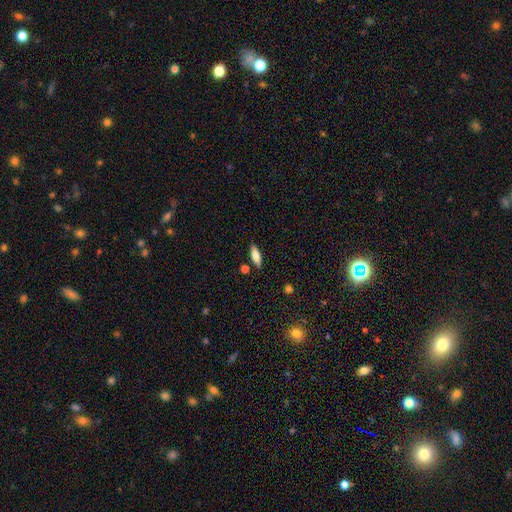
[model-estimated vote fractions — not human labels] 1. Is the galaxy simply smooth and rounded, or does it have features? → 70% smooth, 23% featured or disk, 7% star or artifact.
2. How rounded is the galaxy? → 61% in between, 36% cigar-shaped, 3% round.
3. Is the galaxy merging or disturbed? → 84% none, 10% minor disturbance, 3% merger, 2% major disturbance.